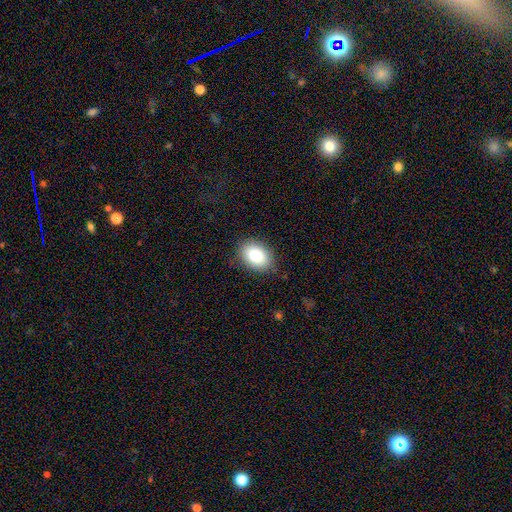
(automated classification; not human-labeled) The model was most divided on "how rounded": in between: 78%, round: 21%, cigar-shaped: 1%. More confident: merging — none (86%); smooth or featured — smooth (82%).